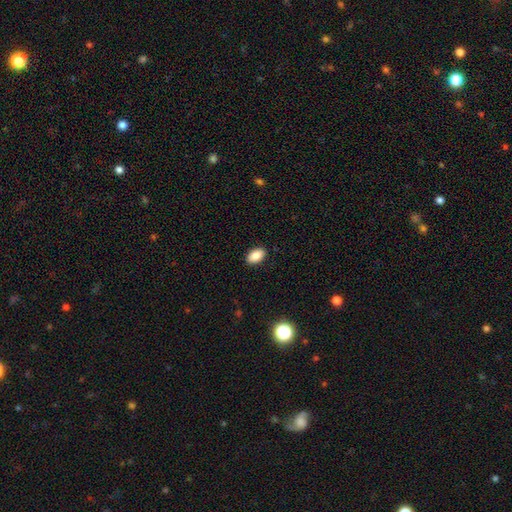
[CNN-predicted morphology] Smooth or featured? Predicted: smooth (p=0.88). How rounded? Predicted: in between (p=0.93). Merging? Predicted: none (p=0.89).